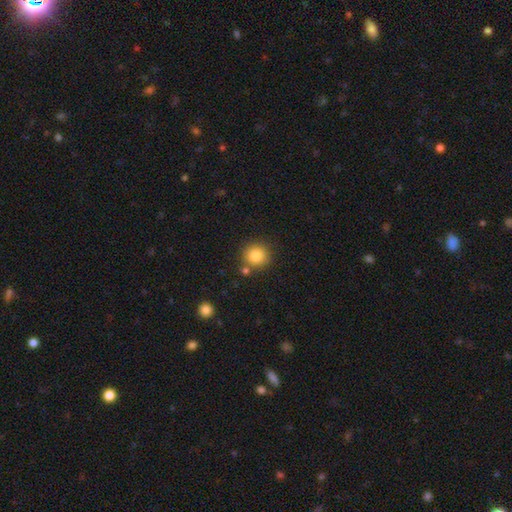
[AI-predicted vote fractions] Smooth or featured?
  - smooth: 85% *
  - star or artifact: 10%
  - featured or disk: 5%
How rounded?
  - round: 91% *
  - in between: 8%
  - cigar-shaped: 1%
Merging?
  - none: 79% *
  - merger: 9%
  - minor disturbance: 9%
  - major disturbance: 3%